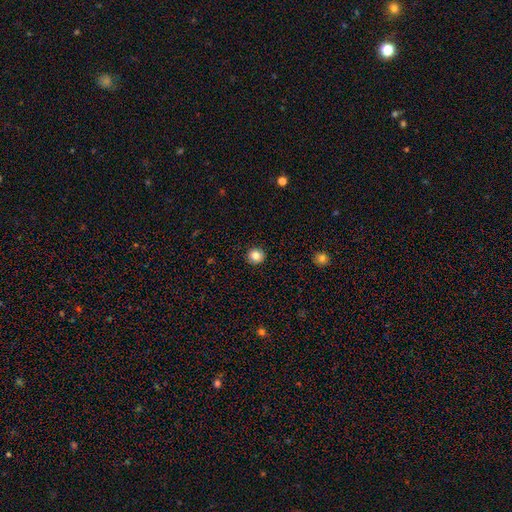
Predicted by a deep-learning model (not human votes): Smooth or featured: smooth — 84% (star or artifact — 10%)
How rounded: round — 90% (in between — 9%)
Merging: none — 92% (minor disturbance — 5%)